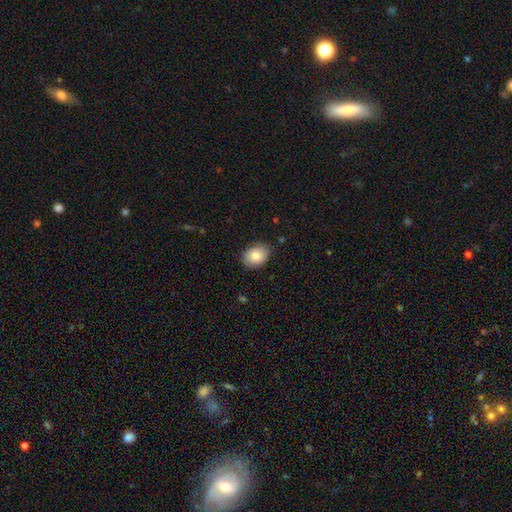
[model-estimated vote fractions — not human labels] Smooth or featured? smooth (81%)
How rounded? in between (74%)
Merging? none (79%)